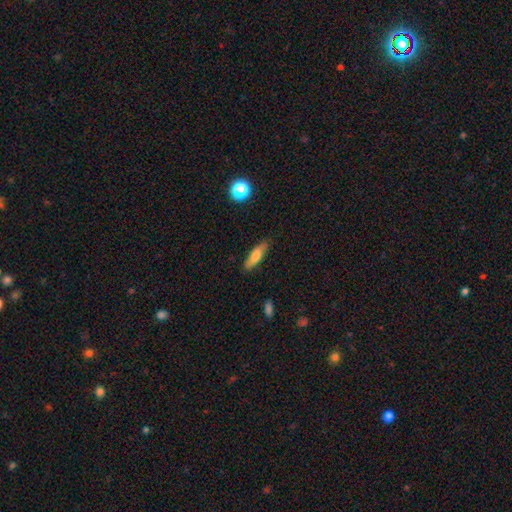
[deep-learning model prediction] Smooth or featured? Predicted: smooth (p=0.71). How rounded? Predicted: cigar-shaped (p=0.61). Merging? Predicted: none (p=0.84).